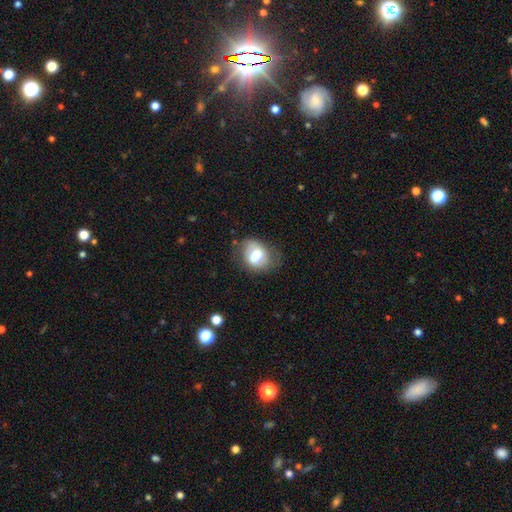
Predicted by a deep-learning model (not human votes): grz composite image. It shows a smooth galaxy with no disk features (64%) that is in between round and cigar-shaped (66%). Merging: none (57%).